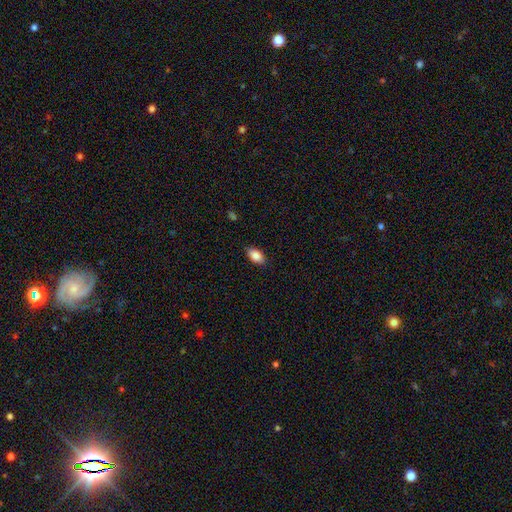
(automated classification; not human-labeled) Smooth or featured: smooth — 87% (star or artifact — 7%)
How rounded: in between — 93% (round — 5%)
Merging: none — 87% (minor disturbance — 10%)